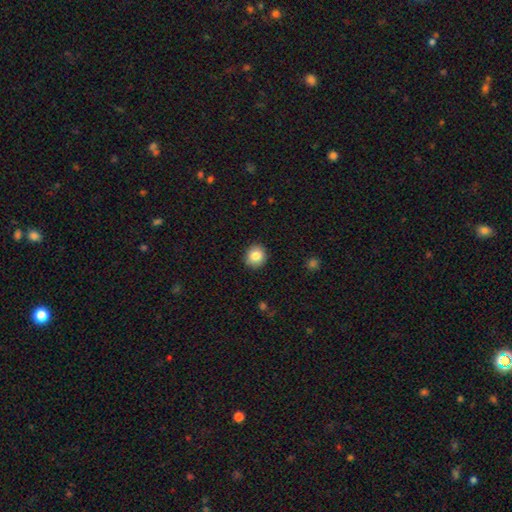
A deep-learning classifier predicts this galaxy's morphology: Q: Smooth or featured?
A: smooth (84%); runner-up: star or artifact (9%)
Q: How rounded?
A: round (88%); runner-up: in between (11%)
Q: Merging?
A: none (91%); runner-up: minor disturbance (6%)